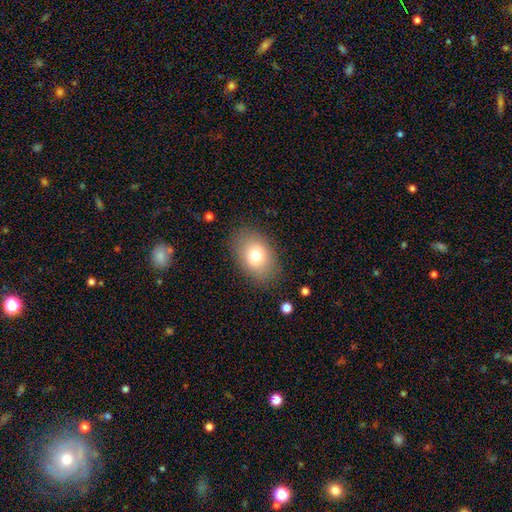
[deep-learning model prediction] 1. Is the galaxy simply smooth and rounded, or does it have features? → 76% smooth, 14% featured or disk, 10% star or artifact.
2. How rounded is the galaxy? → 78% in between, 20% round, 1% cigar-shaped.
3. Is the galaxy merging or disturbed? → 84% none, 11% minor disturbance, 4% major disturbance, 1% merger.